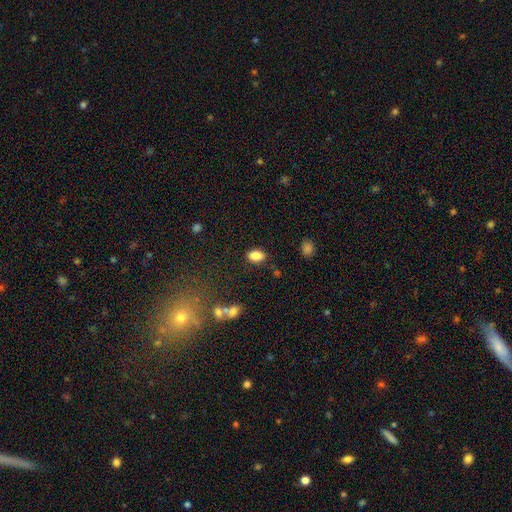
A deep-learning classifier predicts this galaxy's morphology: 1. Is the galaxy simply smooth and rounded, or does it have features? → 85% smooth, 9% star or artifact, 7% featured or disk.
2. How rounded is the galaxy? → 88% in between, 10% round, 2% cigar-shaped.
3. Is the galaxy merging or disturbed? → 83% none, 12% minor disturbance, 3% major disturbance, 3% merger.